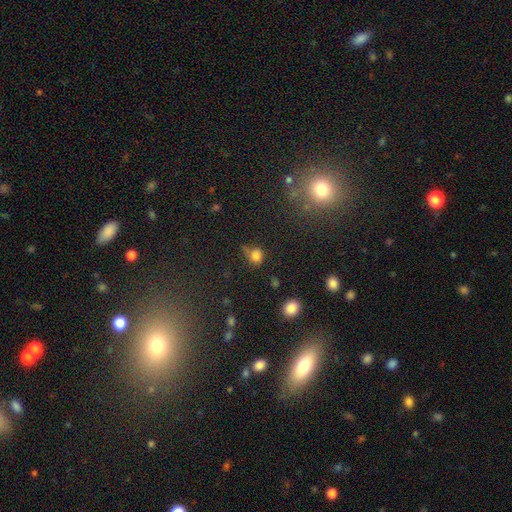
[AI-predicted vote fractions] This is likely a smooth galaxy (78%). How rounded: likely round (72%). Merging: possibly none (50%).